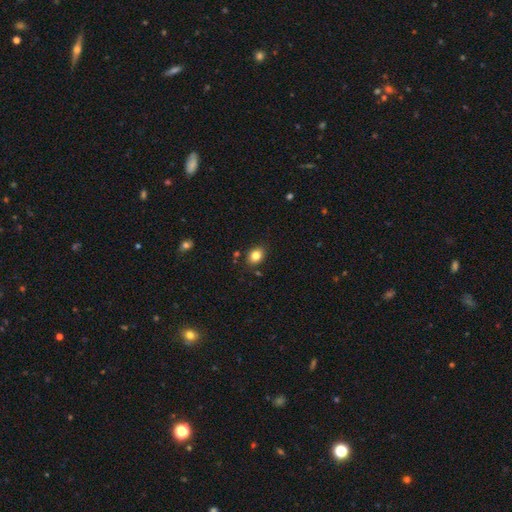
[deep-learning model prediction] This appears to be a smooth galaxy with no disk features (83%) that is in between round and cigar-shaped (56%). Merging: none (84%).